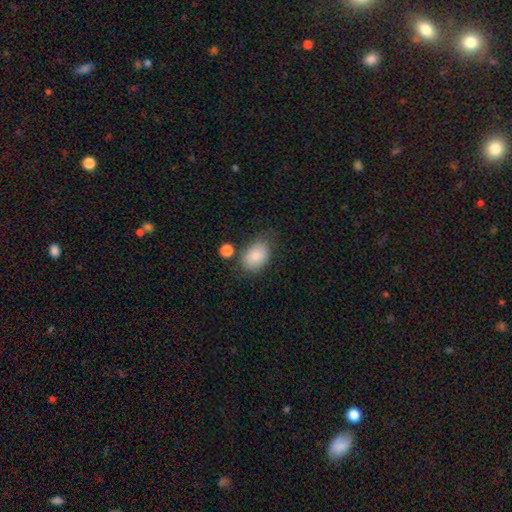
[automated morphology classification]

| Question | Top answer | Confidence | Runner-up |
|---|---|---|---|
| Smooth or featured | smooth | 81% | featured or disk (11%) |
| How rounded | in between | 81% | round (18%) |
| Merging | none | 66% | minor disturbance (21%) |